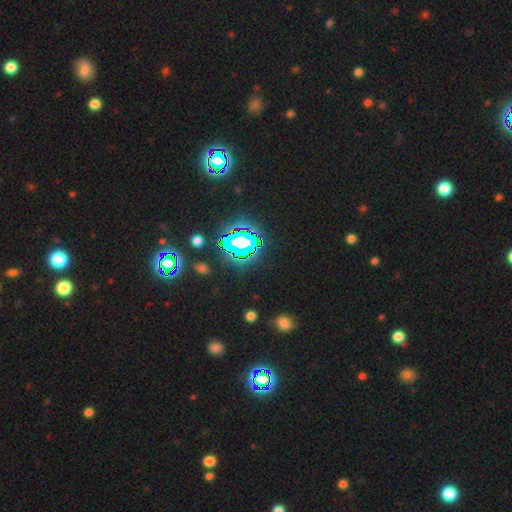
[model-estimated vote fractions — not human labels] The model was most divided on "smooth or featured": star or artifact: 81%, smooth: 12%, featured or disk: 7%.